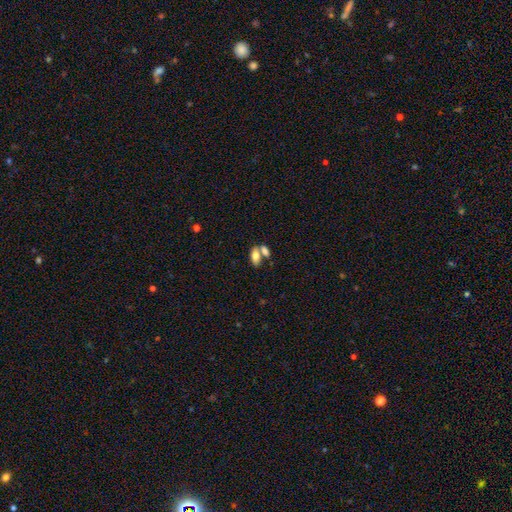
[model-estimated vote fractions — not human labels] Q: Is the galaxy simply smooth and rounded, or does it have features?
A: smooth — 75%.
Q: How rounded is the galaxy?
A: in between — 88%.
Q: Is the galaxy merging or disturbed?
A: none — 44%.